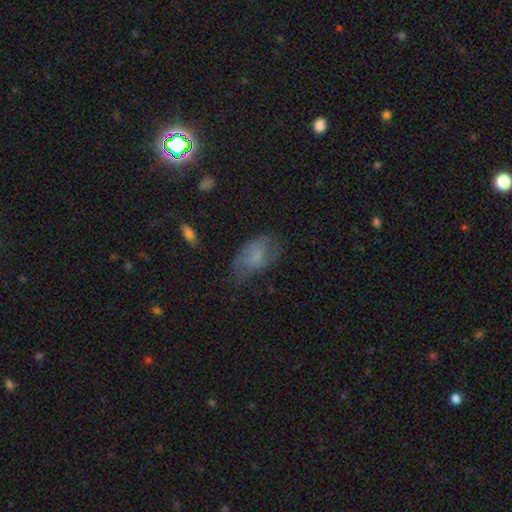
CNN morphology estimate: A smooth galaxy with no disk features (67%) that is in between round and cigar-shaped (91%). Merging: none (49%).